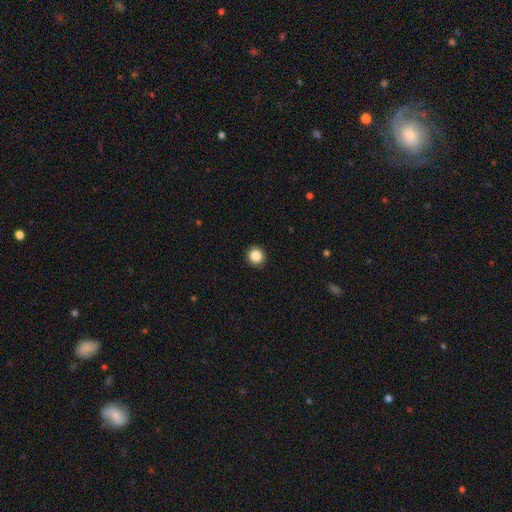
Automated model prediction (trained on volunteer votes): Q: Smooth or featured?
A: smooth (87%); runner-up: star or artifact (10%)
Q: How rounded?
A: round (93%); runner-up: in between (6%)
Q: Merging?
A: none (93%); runner-up: minor disturbance (5%)